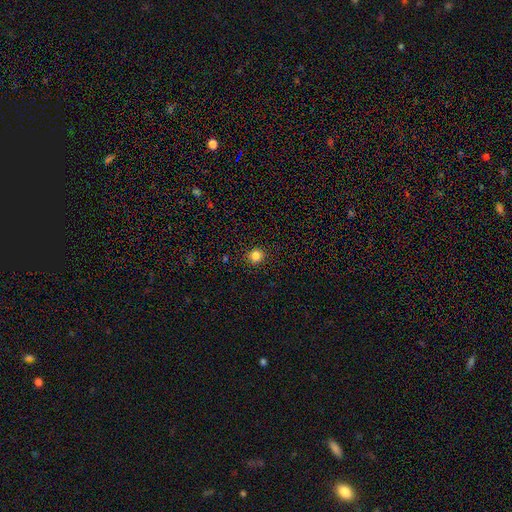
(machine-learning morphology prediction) smooth 83%, star or artifact 13%, featured or disk 4%. Down the decision tree: how rounded — round (91%); merging — none (92%).